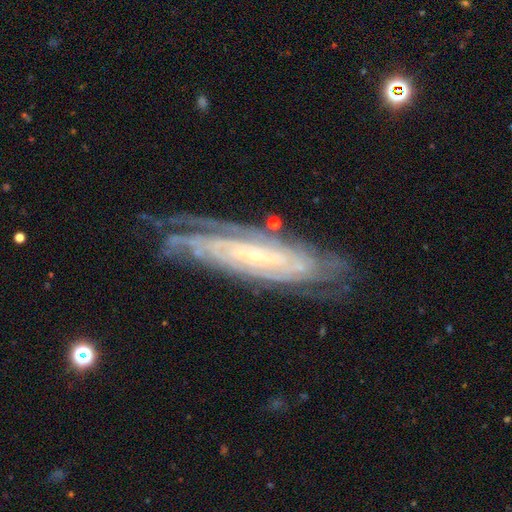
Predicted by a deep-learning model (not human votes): featured or disk 88%, smooth 6%, star or artifact 6%. Down the decision tree: edge-on disk — no (81%); bar — no (42%); spiral arms — yes (97%); spiral arm count — can't tell (30%); spiral winding — tight (76%); bulge size — small (82%); merging — none (75%).